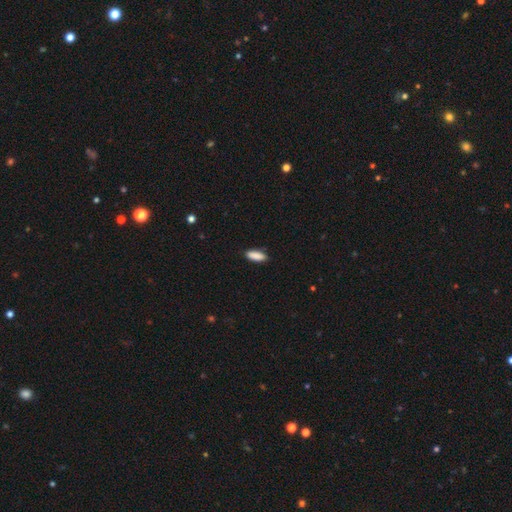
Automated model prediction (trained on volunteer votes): smooth 89%, star or artifact 6%, featured or disk 5%. Down the decision tree: how rounded — in between (67%); merging — none (86%).